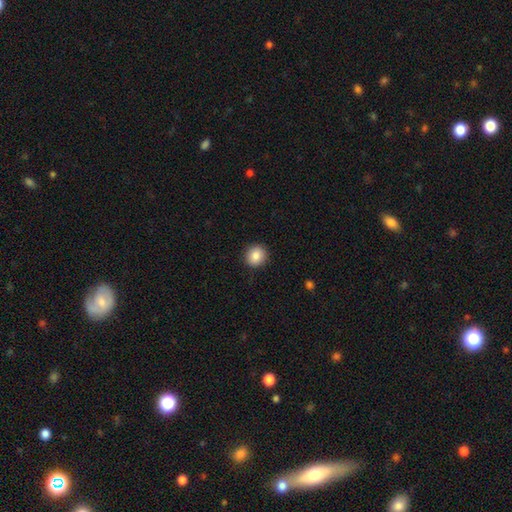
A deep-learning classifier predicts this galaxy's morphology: A smooth galaxy with no disk features (86%) that is round (88%). Merging: none (91%).